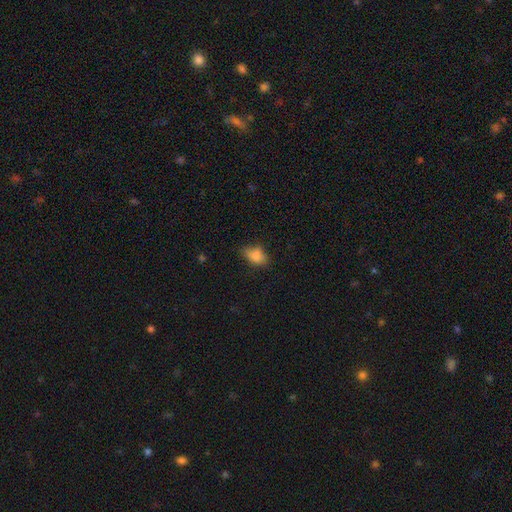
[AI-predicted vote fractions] Overall: smooth (80%). How rounded: in between (84%). Merging: none (56%; minor disturbance 32%).